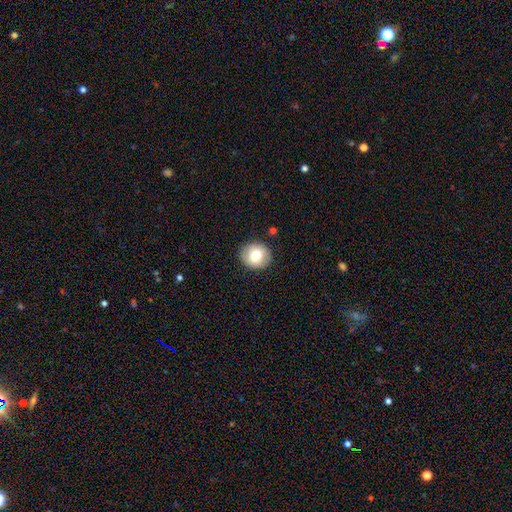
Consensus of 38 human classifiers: Smooth or featured? smooth (84%)
How rounded? round (81%)
Merging? none (88%)